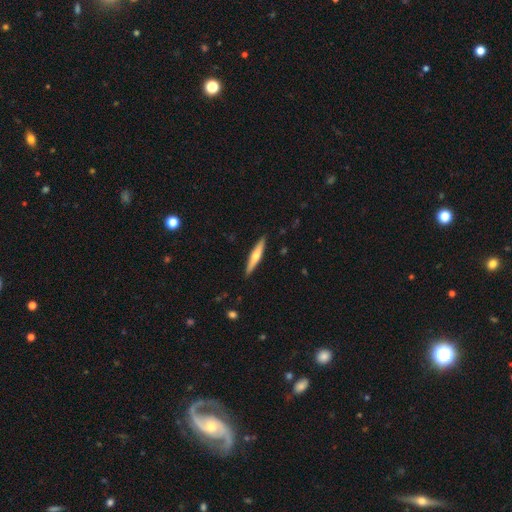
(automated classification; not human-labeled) Overall: featured or disk (49%; smooth 45%). Merging: none (90%).